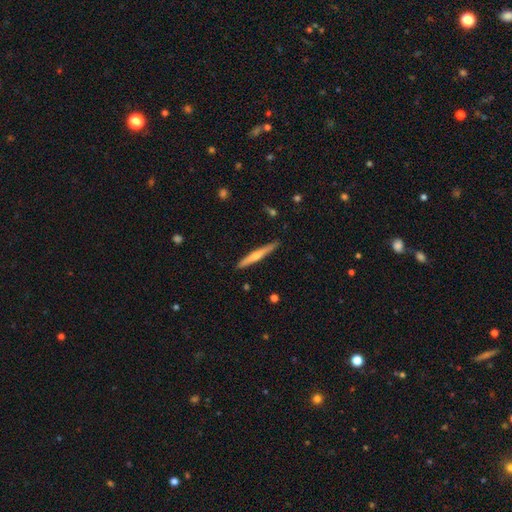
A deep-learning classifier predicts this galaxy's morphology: type=featured or disk (59%); edge-on=yes (97%); edge-on bulge=rounded (77%); merging=none (90%).